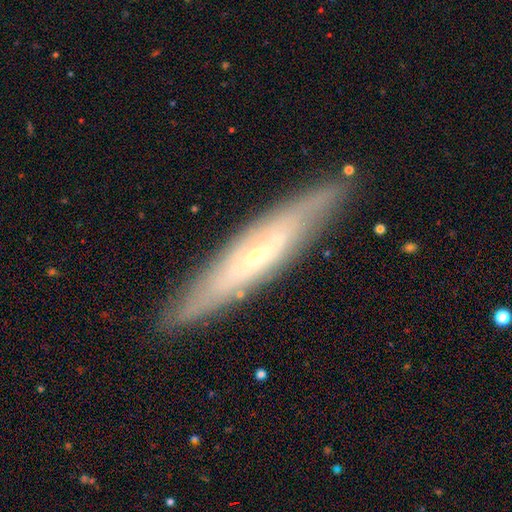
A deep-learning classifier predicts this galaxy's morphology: smooth_or_featured: featured or disk (p=0.71) [alt: smooth p=0.22]
disk_edge_on: yes (p=0.62) [alt: no p=0.38]
merging: none (p=0.85) [alt: minor disturbance p=0.11]